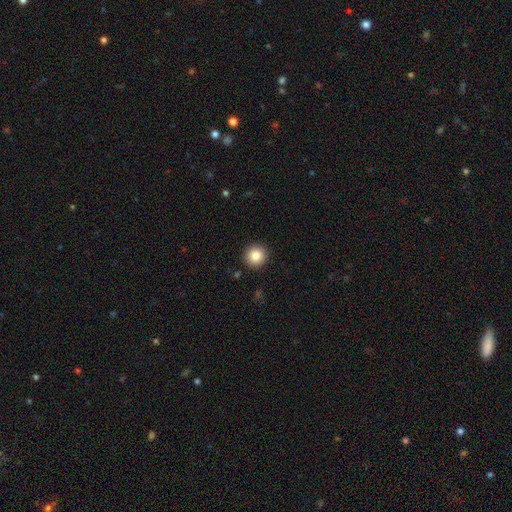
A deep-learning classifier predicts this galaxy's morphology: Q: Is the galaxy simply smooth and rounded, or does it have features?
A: smooth — 85%.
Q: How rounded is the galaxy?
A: round — 94%.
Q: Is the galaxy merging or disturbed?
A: none — 92%.